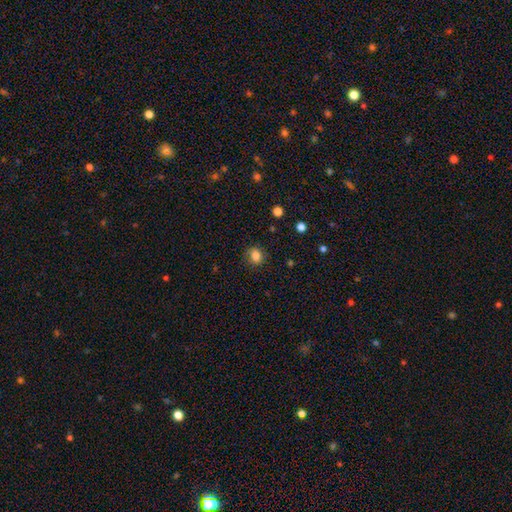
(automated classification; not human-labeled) This appears to be a smooth galaxy with no disk features (84%) that is round (73%). Merging: none (81%).